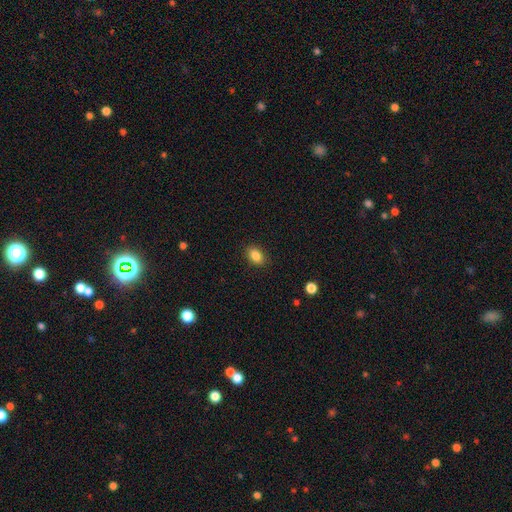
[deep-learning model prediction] Overall: smooth (86%). How rounded: in between (83%). Merging: none (88%).